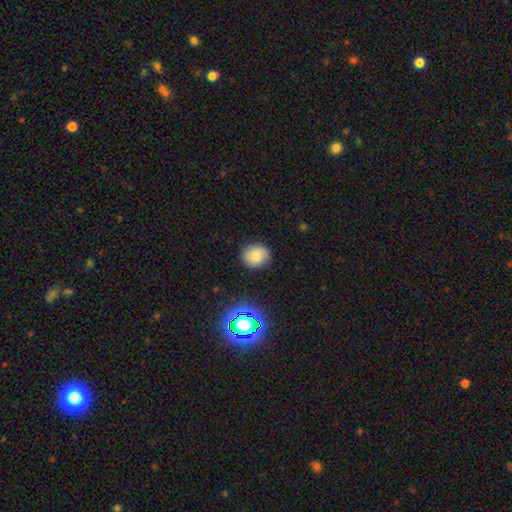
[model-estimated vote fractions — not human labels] The model was most divided on "how rounded": round: 71%, in between: 28%, cigar-shaped: 1%. More confident: merging — none (85%); smooth or featured — smooth (71%).